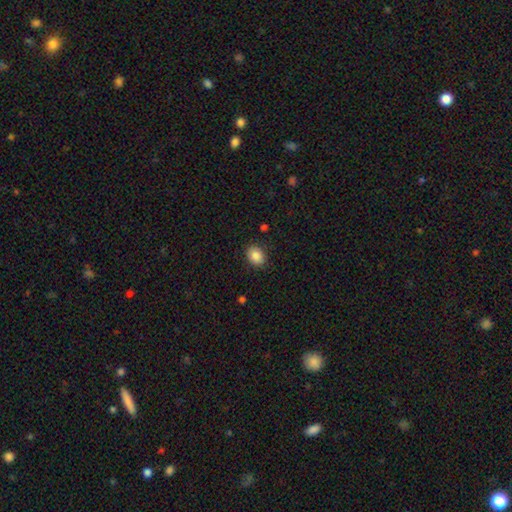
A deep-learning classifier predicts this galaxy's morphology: Smooth or featured? Predicted: smooth (p=0.86). How rounded? Predicted: in between (p=0.55). Merging? Predicted: none (p=0.87).